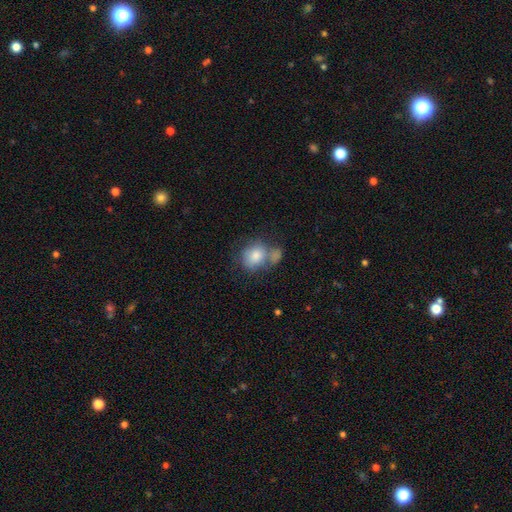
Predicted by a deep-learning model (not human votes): Q: Smooth or featured?
A: smooth (76%); runner-up: featured or disk (17%)
Q: How rounded?
A: round (58%); runner-up: in between (41%)
Q: Merging?
A: merger (38%); runner-up: none (33%)